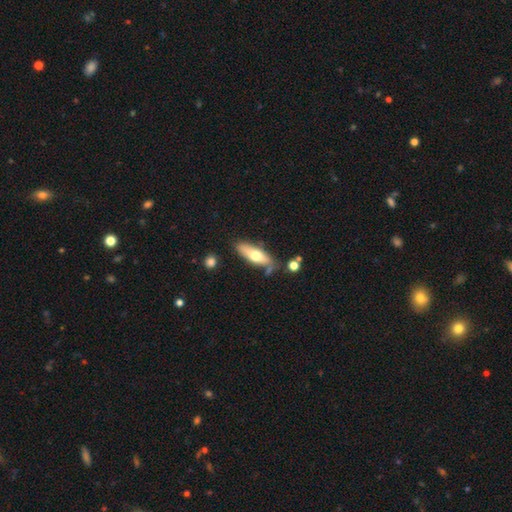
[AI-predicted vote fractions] Smooth or featured?
  - smooth: 59% *
  - featured or disk: 35%
  - star or artifact: 6%
How rounded?
  - in between: 55% *
  - cigar-shaped: 42%
  - round: 2%
Merging?
  - none: 68% *
  - minor disturbance: 18%
  - merger: 8%
  - major disturbance: 5%